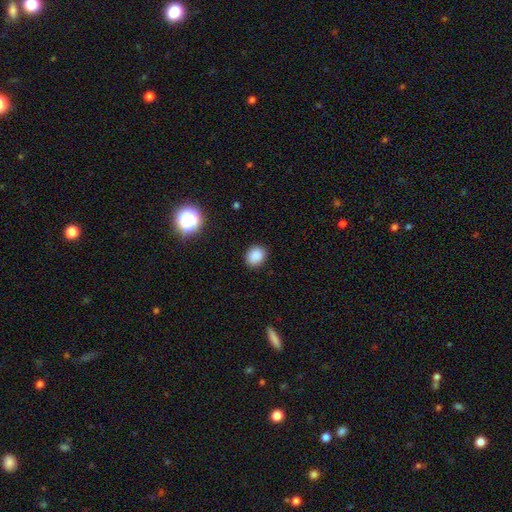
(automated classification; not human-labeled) This is clearly a smooth galaxy (86%). How rounded: likely round (61%). Merging: clearly none (89%).